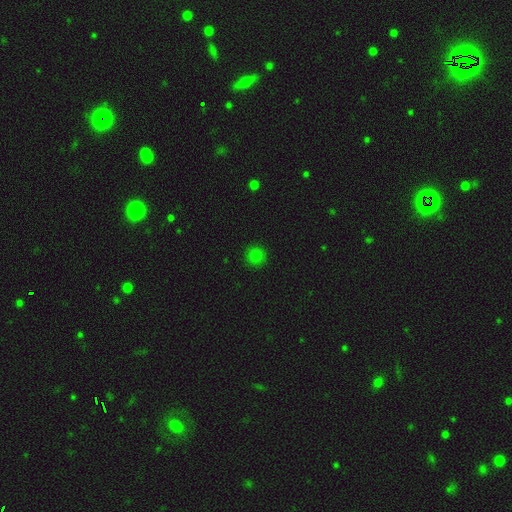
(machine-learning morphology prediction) Q: Smooth or featured?
A: smooth (81%); runner-up: star or artifact (15%)
Q: How rounded?
A: round (93%); runner-up: in between (6%)
Q: Merging?
A: none (90%); runner-up: minor disturbance (6%)